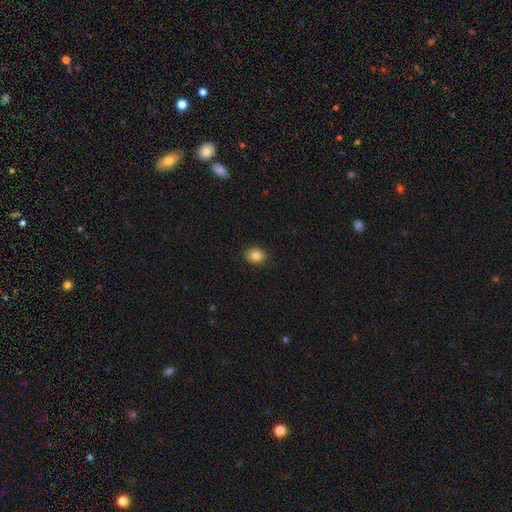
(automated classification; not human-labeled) The model was most divided on "how rounded": round: 54%, in between: 45%, cigar-shaped: 1%. More confident: merging — none (90%); smooth or featured — smooth (84%).